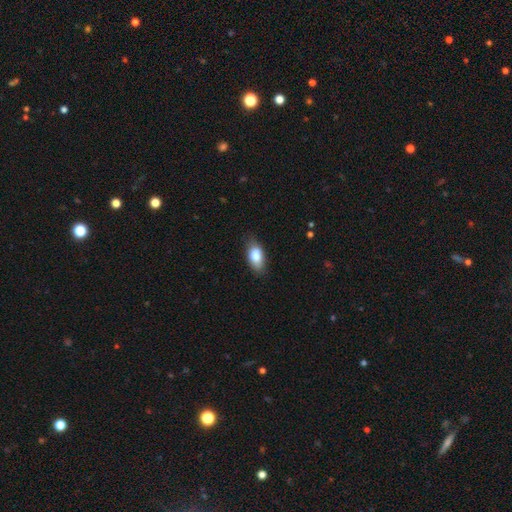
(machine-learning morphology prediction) This appears to be a smooth galaxy with no disk features (83%) that is in between round and cigar-shaped (88%). Merging: none (76%).